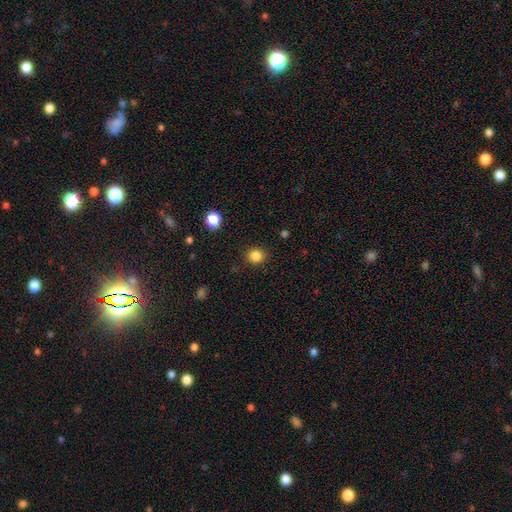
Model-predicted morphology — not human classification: Q: Smooth or featured?
A: smooth (84%); runner-up: star or artifact (12%)
Q: How rounded?
A: round (89%); runner-up: in between (10%)
Q: Merging?
A: none (90%); runner-up: minor disturbance (6%)